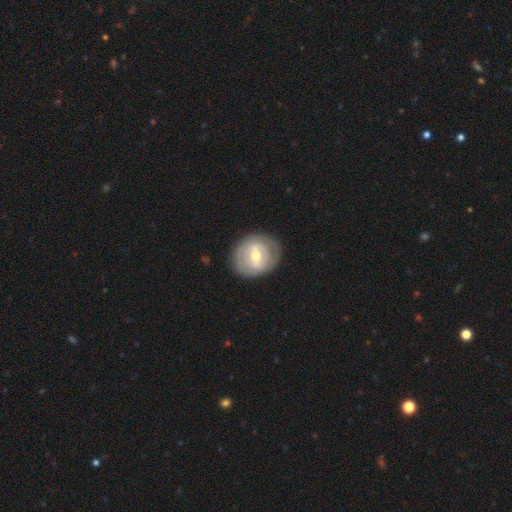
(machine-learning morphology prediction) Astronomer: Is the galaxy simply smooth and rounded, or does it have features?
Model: featured or disk — 64%.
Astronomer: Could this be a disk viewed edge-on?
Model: no — 96%.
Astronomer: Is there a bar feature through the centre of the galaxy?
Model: weak — 47% (runner-up: strong, 34%).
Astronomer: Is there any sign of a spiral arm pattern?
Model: no — 52% (runner-up: yes, 48%).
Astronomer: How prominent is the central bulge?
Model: moderate — 62%.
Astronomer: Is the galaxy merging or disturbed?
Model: none — 82%.